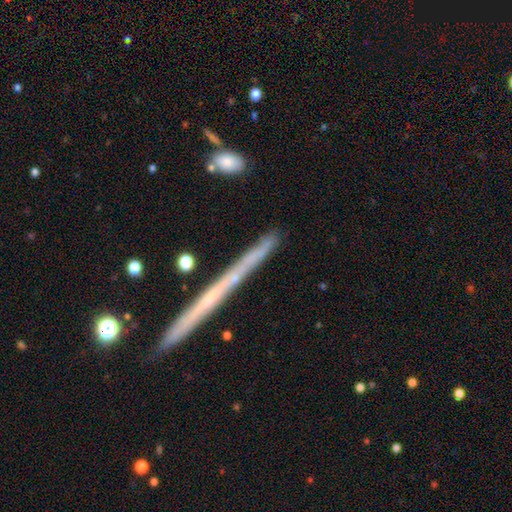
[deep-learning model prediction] smooth 48%, featured or disk 43%, star or artifact 9%. Down the decision tree: merging — none (74%).